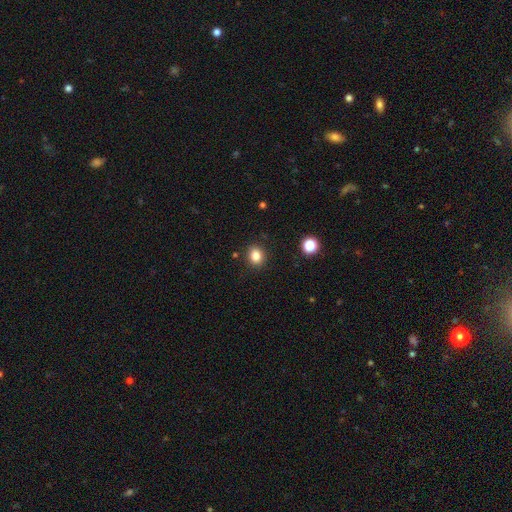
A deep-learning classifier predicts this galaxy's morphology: A smooth galaxy with no disk features (83%) that is round (66%). Merging: none (89%).